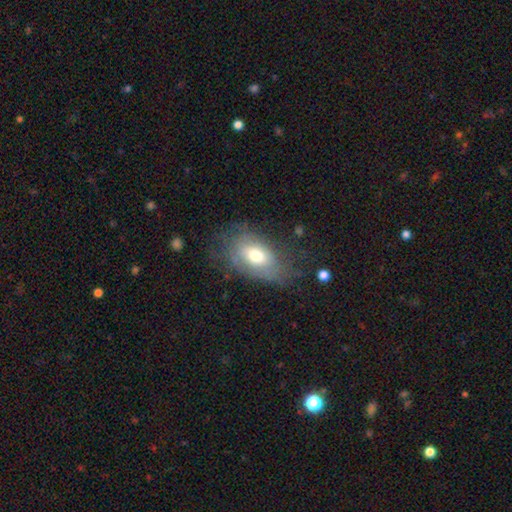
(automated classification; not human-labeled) A smooth galaxy with no disk features (57%) that is in between round and cigar-shaped (88%). Merging: none (54%).